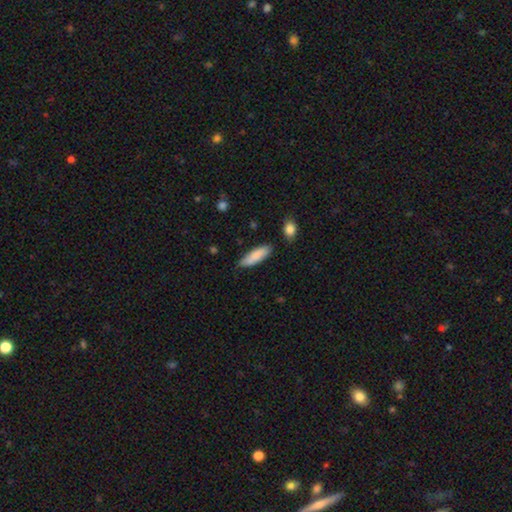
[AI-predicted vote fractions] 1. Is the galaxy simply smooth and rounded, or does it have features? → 86% smooth, 9% featured or disk, 6% star or artifact.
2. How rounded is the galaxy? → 50% in between, 48% cigar-shaped, 2% round.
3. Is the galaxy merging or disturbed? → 77% none, 17% minor disturbance, 3% major disturbance, 3% merger.